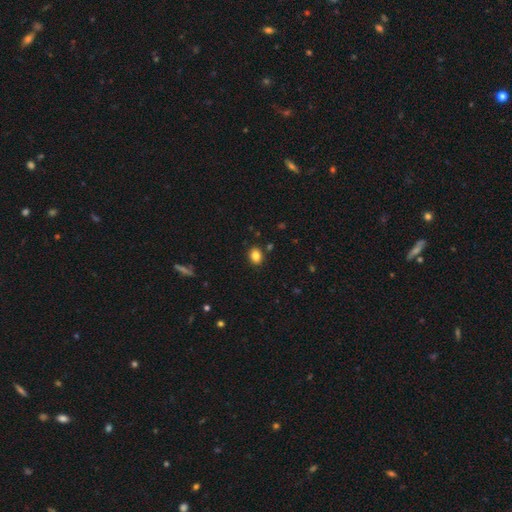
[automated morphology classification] A smooth galaxy with no disk features (84%) that is in between round and cigar-shaped (55%).

Vote fractions:
- Smooth or featured? smooth: 84% / star or artifact: 11% / featured or disk: 6%
- How rounded? in between: 55% / round: 44% / cigar-shaped: 1%
- Merging? none: 87% / minor disturbance: 8% / merger: 2% / major disturbance: 2%